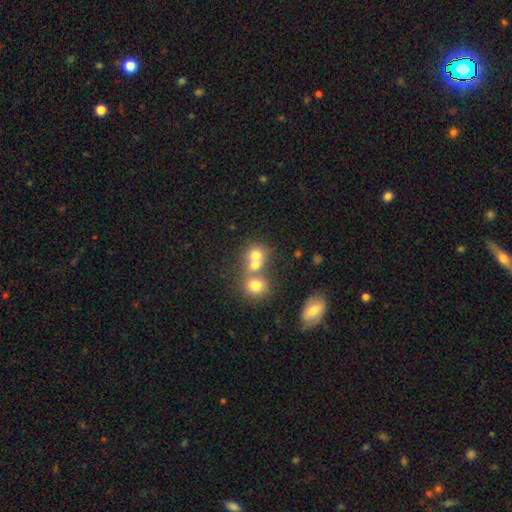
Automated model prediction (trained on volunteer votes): This appears to be a smooth galaxy with no disk features (70%) that is round (76%). Merging: merger (55%).